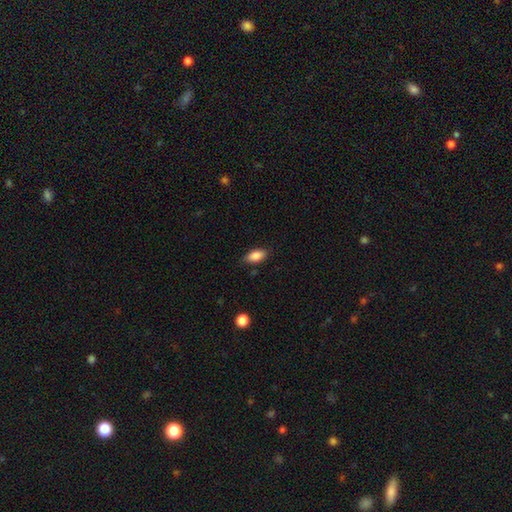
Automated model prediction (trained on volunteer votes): smooth 87%, star or artifact 7%, featured or disk 6%. Down the decision tree: how rounded — in between (89%); merging — none (83%).